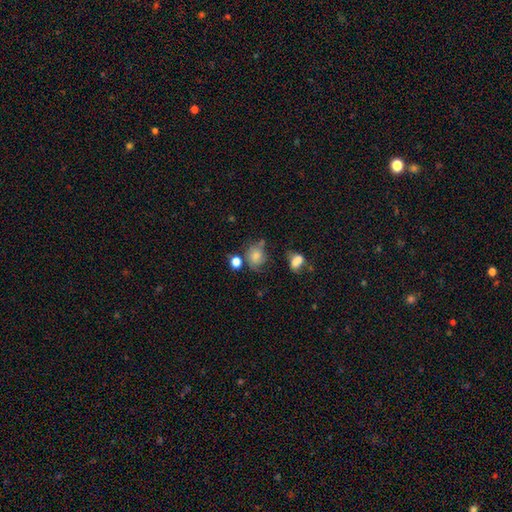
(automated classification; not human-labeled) Smooth or featured? smooth (74%)
How rounded? round (64%)
Merging? none (51%)